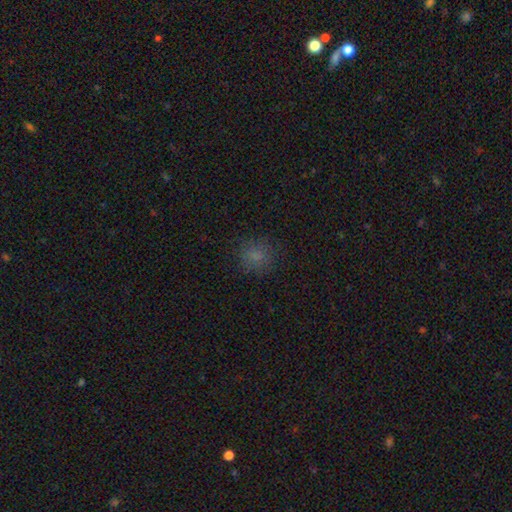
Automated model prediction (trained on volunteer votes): smooth 76%, star or artifact 17%, featured or disk 6%. Down the decision tree: how rounded — round (83%); merging — none (82%).